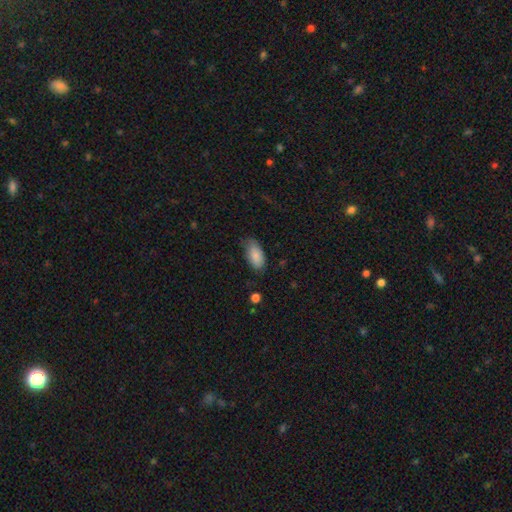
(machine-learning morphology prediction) Overall: smooth (87%). How rounded: in between (93%). Merging: none (64%; minor disturbance 29%).